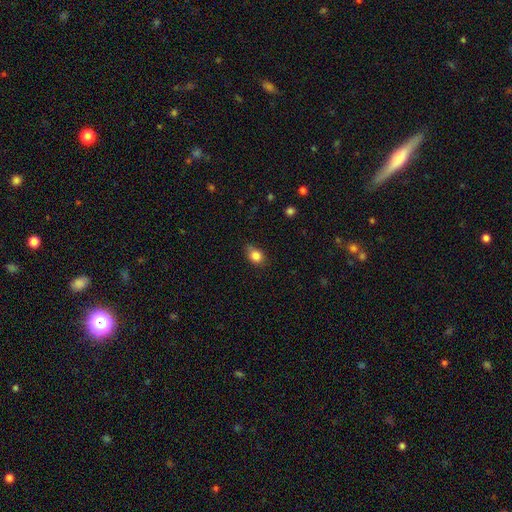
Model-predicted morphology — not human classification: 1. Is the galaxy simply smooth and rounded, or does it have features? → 85% smooth, 10% star or artifact, 6% featured or disk.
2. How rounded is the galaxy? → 52% in between, 46% round, 1% cigar-shaped.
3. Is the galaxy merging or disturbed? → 66% none, 27% minor disturbance, 5% major disturbance, 2% merger.